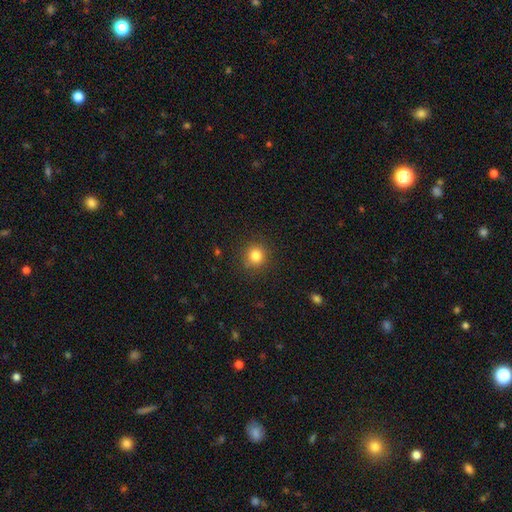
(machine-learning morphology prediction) Smooth or featured?
  - smooth: 82% *
  - star or artifact: 12%
  - featured or disk: 6%
How rounded?
  - round: 92% *
  - in between: 7%
  - cigar-shaped: 1%
Merging?
  - none: 88% *
  - minor disturbance: 8%
  - major disturbance: 3%
  - merger: 2%